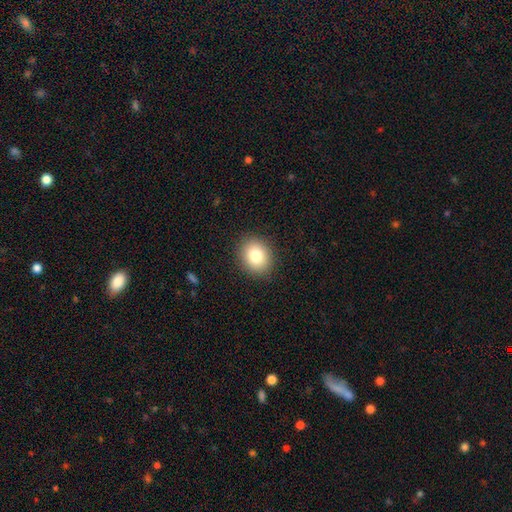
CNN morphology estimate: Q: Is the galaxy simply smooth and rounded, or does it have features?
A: smooth — 81%.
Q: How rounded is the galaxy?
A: round — 58%.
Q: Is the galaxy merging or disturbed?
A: none — 90%.